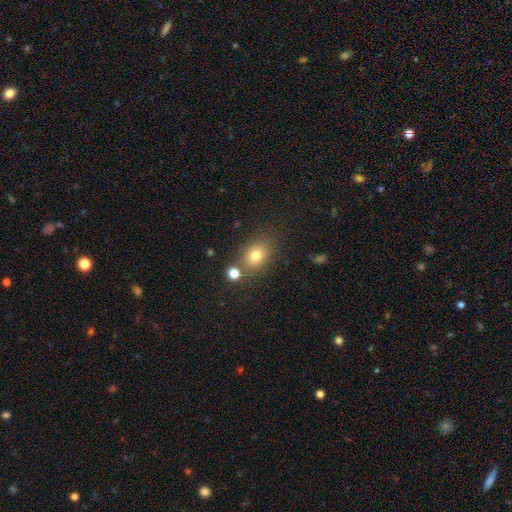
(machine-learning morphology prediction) smooth_or_featured: smooth (p=0.76) [alt: star or artifact p=0.13]
how_rounded: in between (p=0.58) [alt: round p=0.40]
merging: none (p=0.71) [alt: minor disturbance p=0.13]